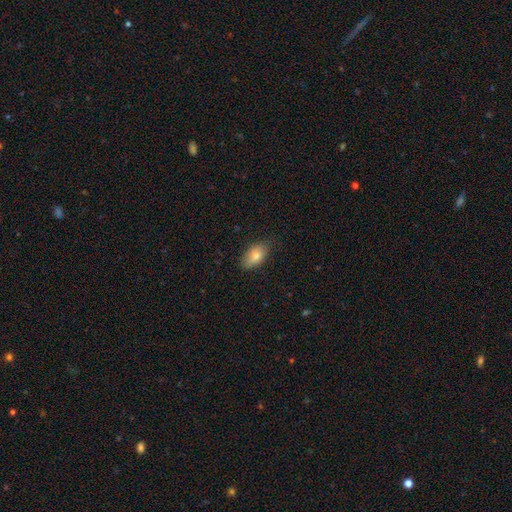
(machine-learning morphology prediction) Smooth or featured? Predicted: smooth (p=0.80). How rounded? Predicted: in between (p=0.91). Merging? Predicted: none (p=0.78).